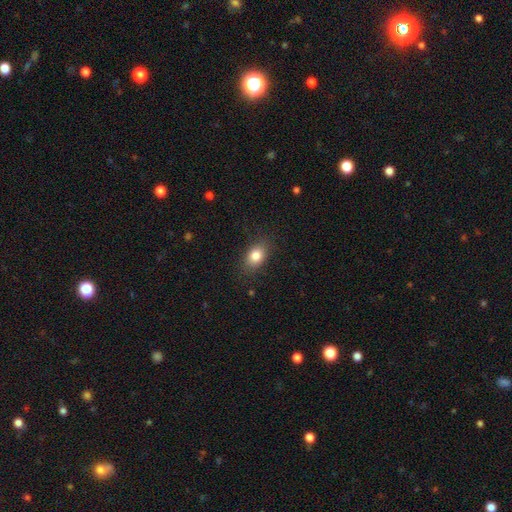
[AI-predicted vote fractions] The model was most divided on "how rounded": in between: 76%, round: 22%, cigar-shaped: 2%. More confident: merging — none (83%); smooth or featured — smooth (82%).